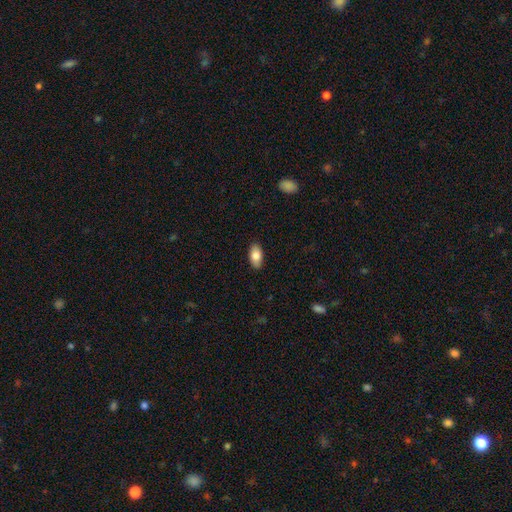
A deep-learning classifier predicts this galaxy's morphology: Smooth or featured? Predicted: smooth (p=0.82). How rounded? Predicted: in between (p=0.93). Merging? Predicted: none (p=0.87).